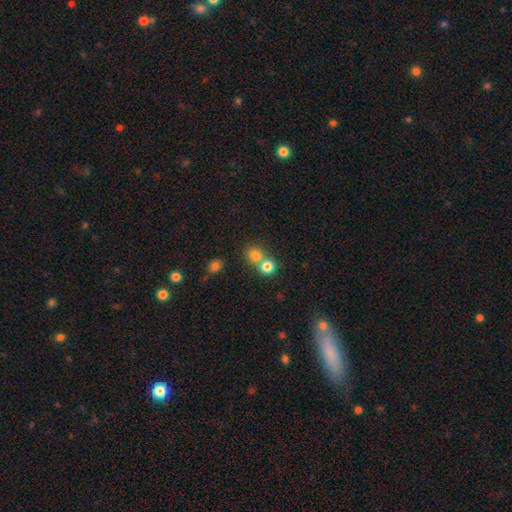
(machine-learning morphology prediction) Q: Smooth or featured?
A: smooth (77%); runner-up: star or artifact (14%)
Q: How rounded?
A: round (86%); runner-up: in between (13%)
Q: Merging?
A: none (47%); runner-up: merger (44%)